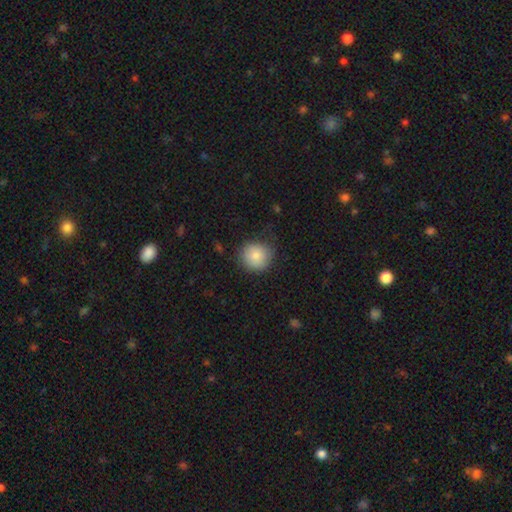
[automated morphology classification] smooth 84%, star or artifact 9%, featured or disk 8%. Down the decision tree: how rounded — round (90%); merging — none (76%).